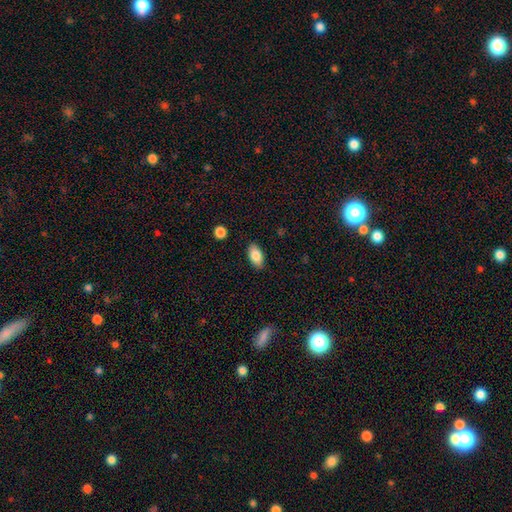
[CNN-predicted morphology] smooth 84%, featured or disk 9%, star or artifact 7%. Down the decision tree: how rounded — in between (93%); merging — none (88%).